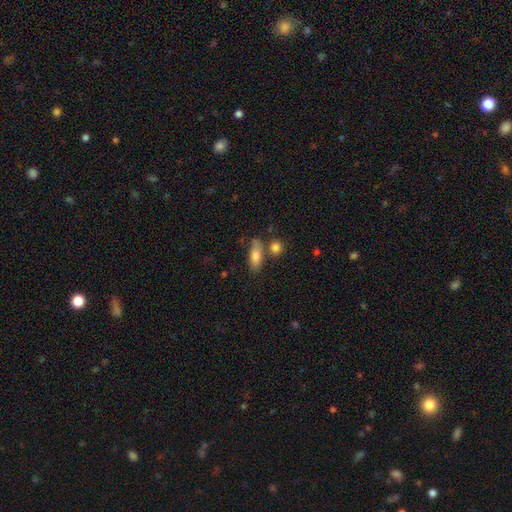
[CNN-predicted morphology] Smooth or featured? smooth (77%)
How rounded? in between (73%)
Merging? none (62%)